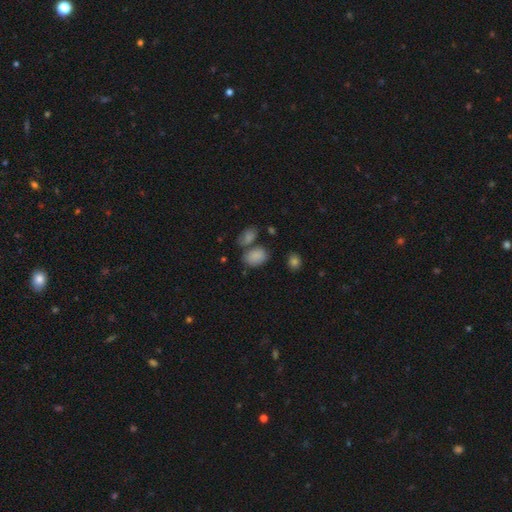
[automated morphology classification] A smooth galaxy with no disk features (83%) that is in between round and cigar-shaped (82%). Merging: none (54%).